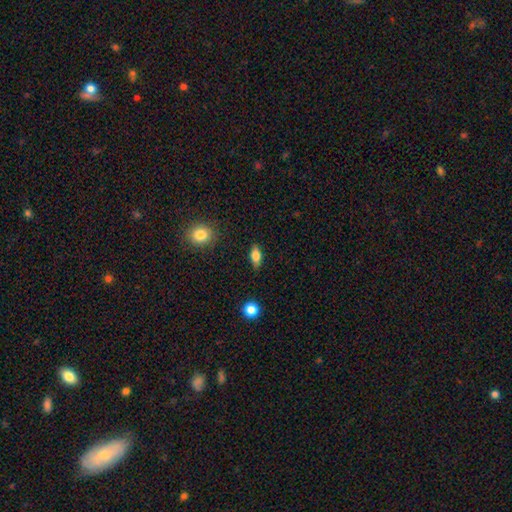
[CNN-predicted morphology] Smooth or featured?
  - smooth: 76% *
  - featured or disk: 16%
  - star or artifact: 8%
How rounded?
  - in between: 82% *
  - cigar-shaped: 11%
  - round: 7%
Merging?
  - none: 84% *
  - minor disturbance: 12%
  - major disturbance: 3%
  - merger: 1%